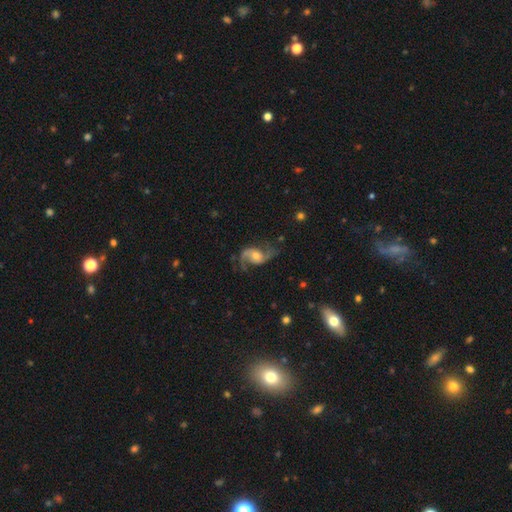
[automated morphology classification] The model was most divided on "spiral winding": loose: 59%, medium: 33%, tight: 7%. More confident: edge-on disk — no (97%); spiral arms — yes (96%); spiral arm count — 2 (92%); smooth or featured — featured or disk (87%); merging — none (69%); bulge size — moderate (60%); bar — no (60%).